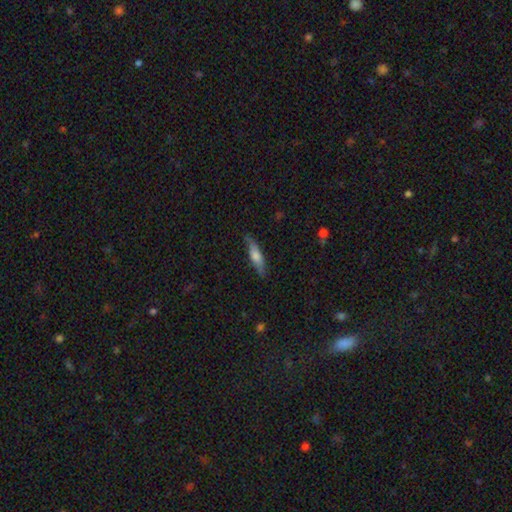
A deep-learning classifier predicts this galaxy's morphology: Overall: smooth (47%; featured or disk 46%). Merging: none (80%).